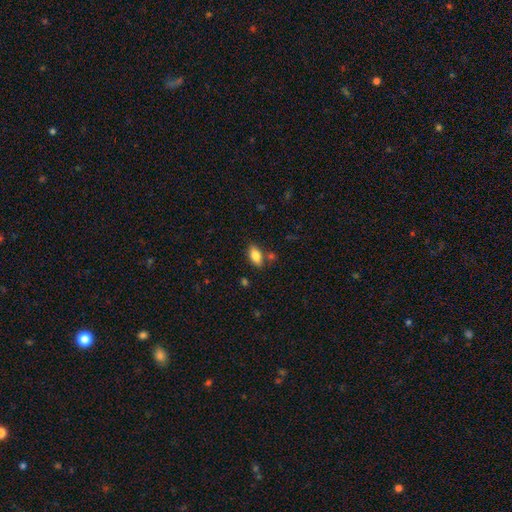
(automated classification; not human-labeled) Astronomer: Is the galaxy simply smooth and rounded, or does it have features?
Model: smooth — 83%.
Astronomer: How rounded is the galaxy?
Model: in between — 89%.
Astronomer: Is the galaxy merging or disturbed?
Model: none — 77%.